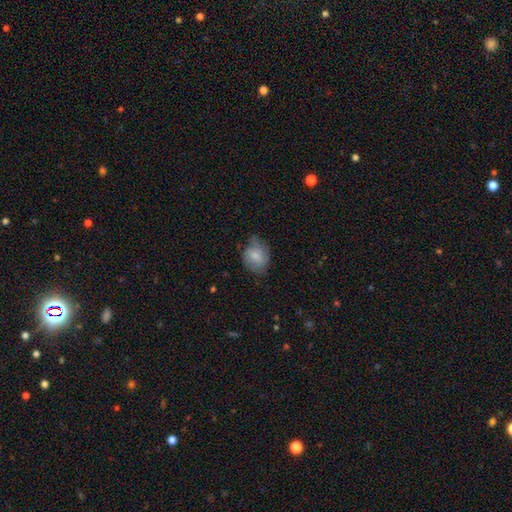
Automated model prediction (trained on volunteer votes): Morphology: type=smooth (73%); roundness=round (54%); merging=none (55%).